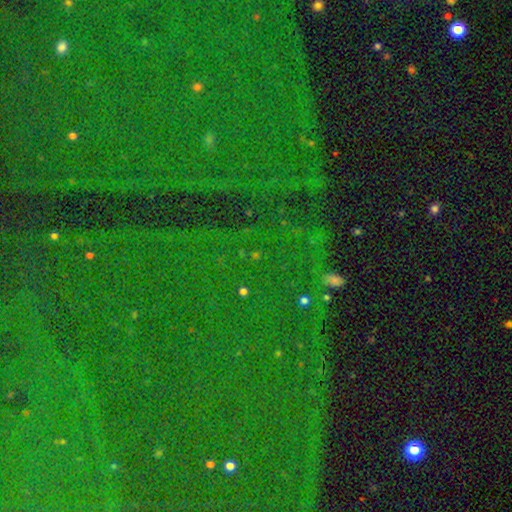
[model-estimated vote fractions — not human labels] Overall: star or artifact (86%).